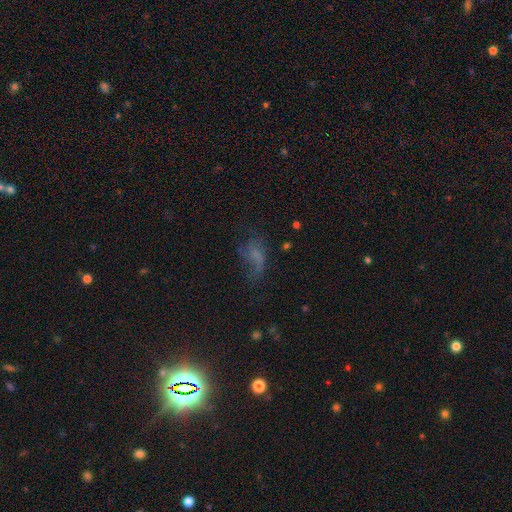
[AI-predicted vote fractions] Smooth or featured?
  - smooth: 41% *
  - featured or disk: 38%
  - star or artifact: 21%
Merging?
  - major disturbance: 39% *
  - none: 35%
  - minor disturbance: 22%
  - merger: 3%